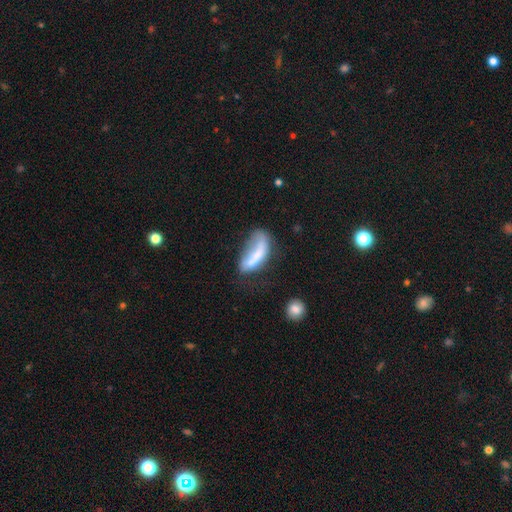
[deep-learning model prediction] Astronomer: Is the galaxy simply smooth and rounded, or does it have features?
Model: smooth — 60%.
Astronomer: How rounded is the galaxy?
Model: in between — 63%.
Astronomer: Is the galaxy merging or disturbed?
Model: major disturbance — 33% (runner-up: none, 26%).